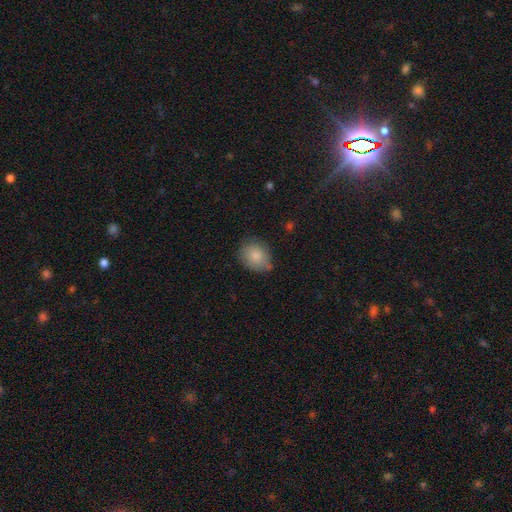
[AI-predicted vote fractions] Morphology: type=smooth (83%); roundness=round (51%); merging=none (67%).